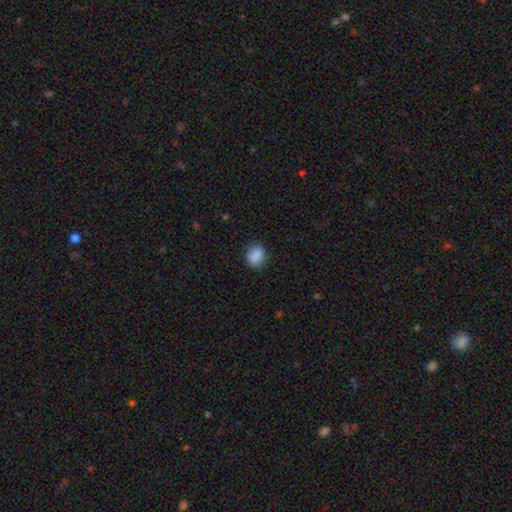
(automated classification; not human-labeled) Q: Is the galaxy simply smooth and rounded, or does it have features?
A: smooth — 87%.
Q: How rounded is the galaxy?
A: in between — 53%.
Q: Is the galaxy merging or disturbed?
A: none — 83%.